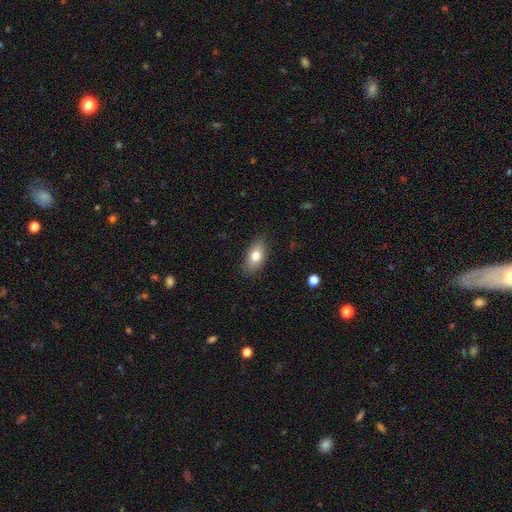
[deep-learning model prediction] Smooth or featured? smooth (78%)
How rounded? in between (89%)
Merging? none (85%)